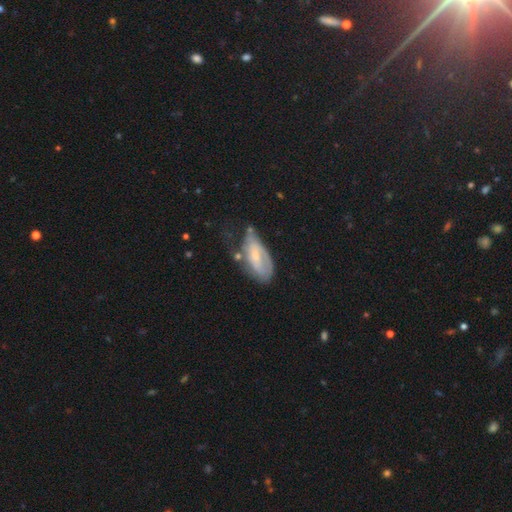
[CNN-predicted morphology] smooth_or_featured: featured or disk (p=0.56) [alt: smooth p=0.38]
disk_edge_on: no (p=0.90) [alt: yes p=0.10]
bar: no (p=0.53) [alt: weak p=0.36]
has_spiral_arms: yes (p=0.62) [alt: no p=0.38]
bulge_size: small (p=0.60) [alt: moderate p=0.33]
merging: none (p=0.37) [alt: minor disturbance p=0.33]